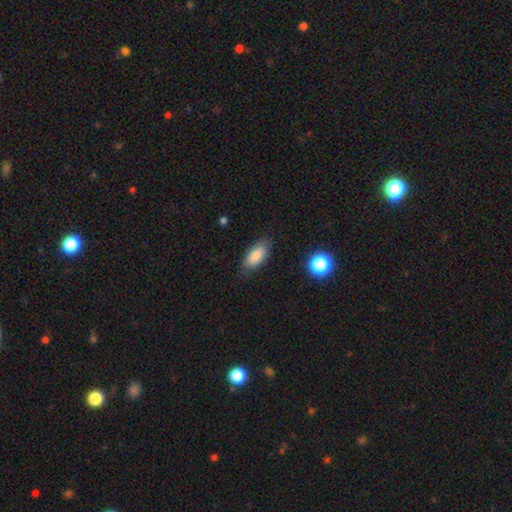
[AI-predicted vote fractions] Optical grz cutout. It shows a smooth galaxy with no disk features (83%) that is in between round and cigar-shaped (87%). Merging: none (82%).